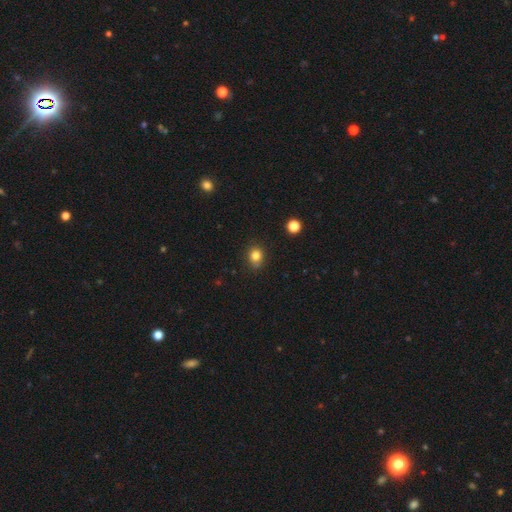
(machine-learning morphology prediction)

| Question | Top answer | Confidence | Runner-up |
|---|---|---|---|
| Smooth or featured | smooth | 81% | star or artifact (12%) |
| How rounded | round | 65% | in between (34%) |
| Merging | none | 81% | minor disturbance (14%) |